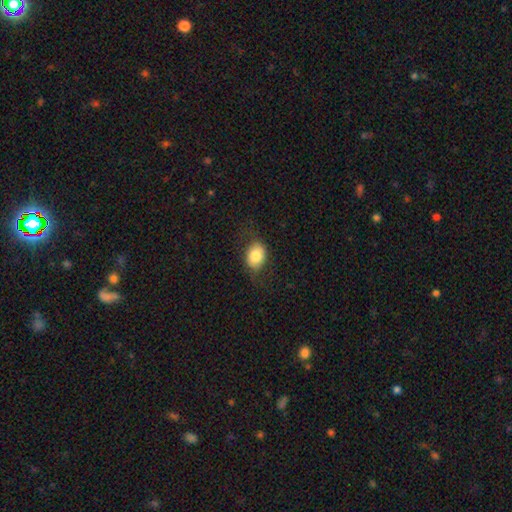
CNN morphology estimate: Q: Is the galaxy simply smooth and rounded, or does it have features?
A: smooth — 79%.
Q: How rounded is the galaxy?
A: in between — 70%.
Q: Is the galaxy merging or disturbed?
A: none — 72%.